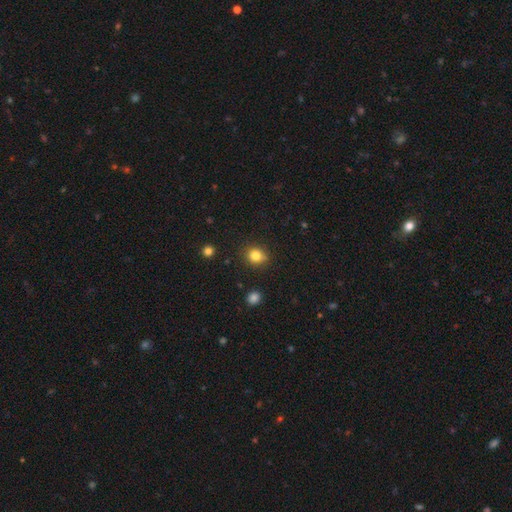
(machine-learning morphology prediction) A smooth galaxy with no disk features (83%) that is round (75%). Merging: none (82%).